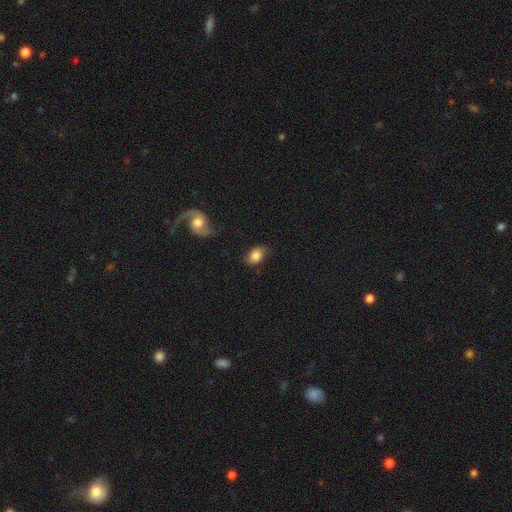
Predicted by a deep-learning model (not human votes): Q: Smooth or featured?
A: smooth (77%); runner-up: featured or disk (15%)
Q: How rounded?
A: in between (78%); runner-up: round (21%)
Q: Merging?
A: none (70%); runner-up: minor disturbance (21%)